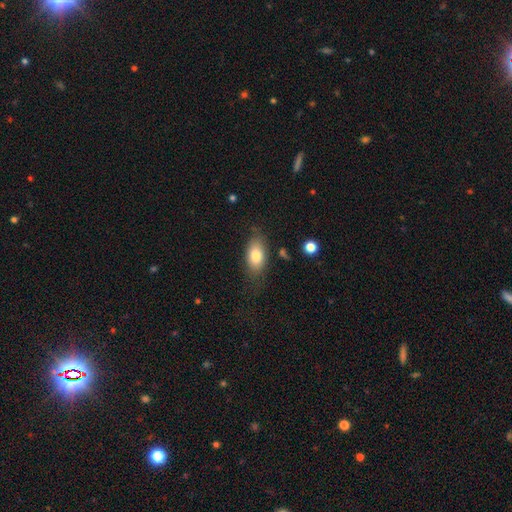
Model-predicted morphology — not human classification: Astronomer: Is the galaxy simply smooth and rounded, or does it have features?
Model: smooth — 80%.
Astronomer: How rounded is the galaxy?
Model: in between — 90%.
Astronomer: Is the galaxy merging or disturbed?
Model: none — 71%.